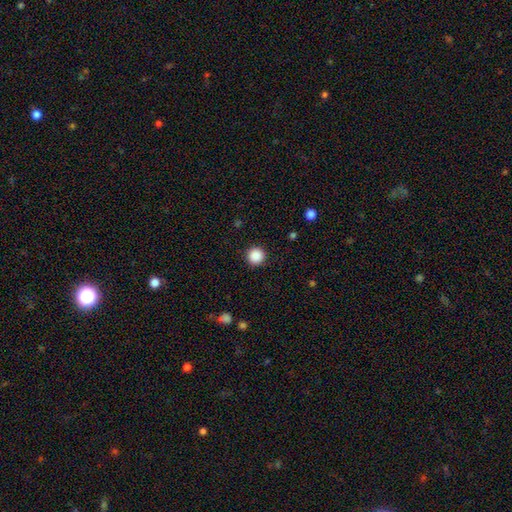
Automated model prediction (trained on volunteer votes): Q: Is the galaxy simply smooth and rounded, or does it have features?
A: smooth — 89%.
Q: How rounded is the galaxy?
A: round — 96%.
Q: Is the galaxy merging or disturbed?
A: none — 93%.